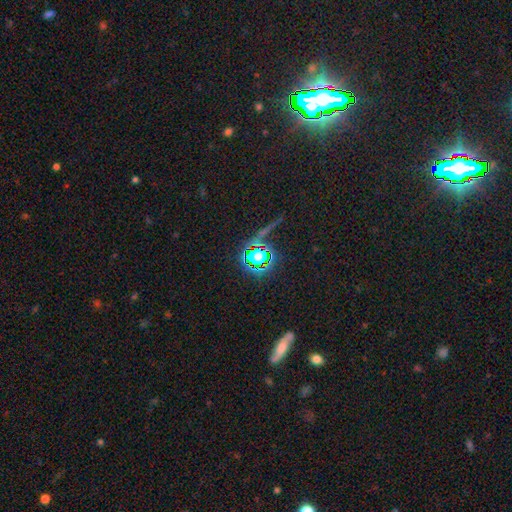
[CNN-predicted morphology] Smooth or featured? Predicted: star or artifact (p=0.64).